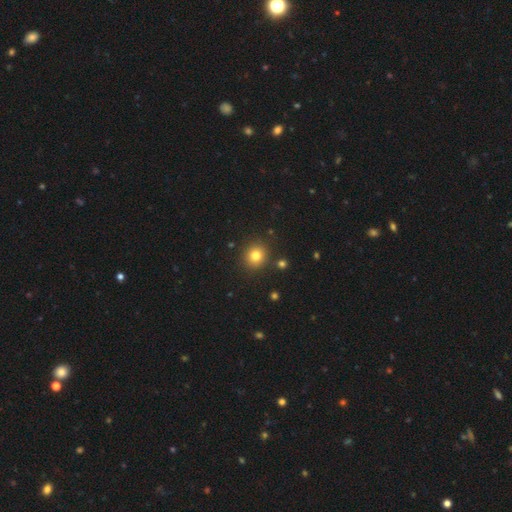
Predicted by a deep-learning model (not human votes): smooth_or_featured: smooth (p=0.80) [alt: star or artifact p=0.13]
how_rounded: round (p=0.88) [alt: in between p=0.11]
merging: none (p=0.89) [alt: minor disturbance p=0.06]